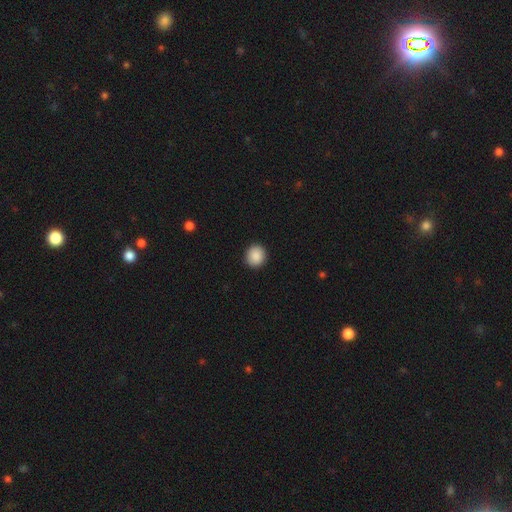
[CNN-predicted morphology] This is clearly a smooth galaxy (89%). How rounded: clearly round (87%). Merging: clearly none (92%).